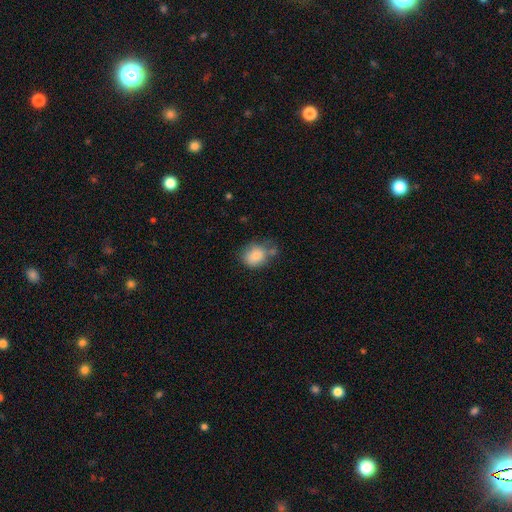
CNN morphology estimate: Smooth or featured?
  - smooth: 84% *
  - star or artifact: 8%
  - featured or disk: 8%
How rounded?
  - round: 51% *
  - in between: 48%
  - cigar-shaped: 1%
Merging?
  - none: 48% *
  - minor disturbance: 31%
  - merger: 11%
  - major disturbance: 11%